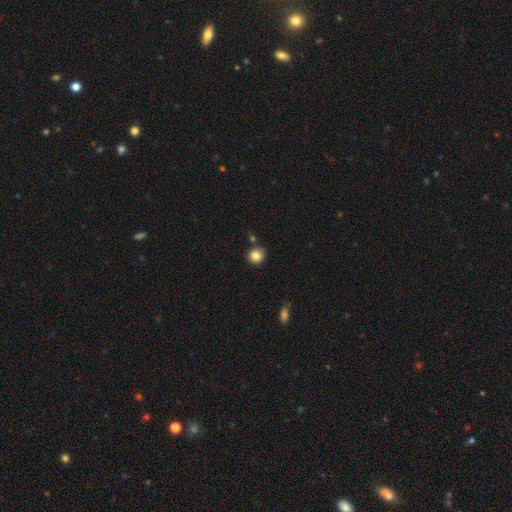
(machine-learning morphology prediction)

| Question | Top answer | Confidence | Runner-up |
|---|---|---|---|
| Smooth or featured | smooth | 84% | star or artifact (10%) |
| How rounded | round | 87% | in between (12%) |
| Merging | none | 80% | minor disturbance (11%) |